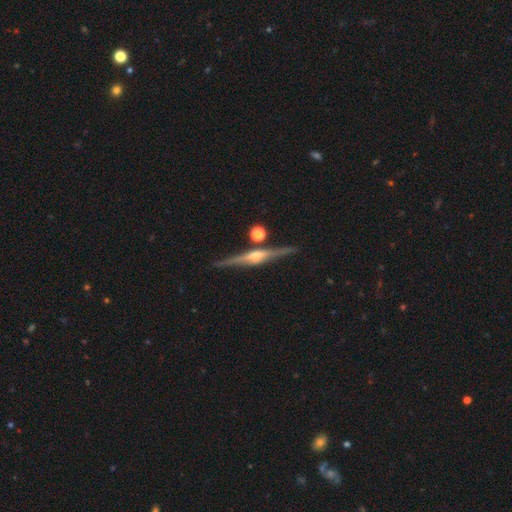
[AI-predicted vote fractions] featured or disk 85%, smooth 9%, star or artifact 6%. Down the decision tree: edge-on disk — yes (98%); edge-on bulge — rounded (85%); merging — none (88%).